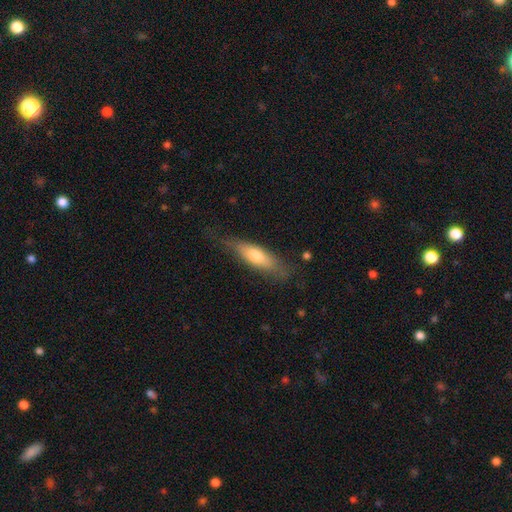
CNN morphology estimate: smooth-or-featured: smooth: 64% | featured or disk: 30% | star or artifact: 6%
  how-rounded: cigar-shaped: 50% | in between: 48% | round: 2%
  merging: none: 69% | minor disturbance: 22% | major disturbance: 8% | merger: 2%